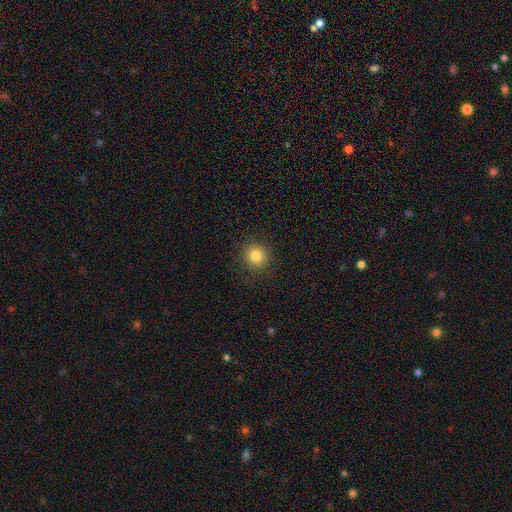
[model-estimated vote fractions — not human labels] This is clearly a smooth galaxy (82%). How rounded: clearly round (92%). Merging: clearly none (89%).